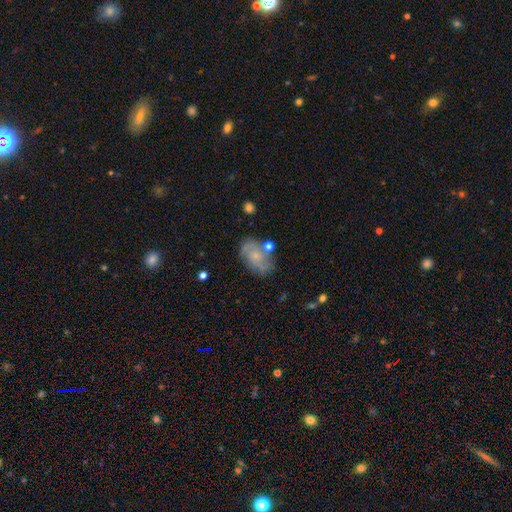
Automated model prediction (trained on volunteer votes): A featured or disk galaxy (50%).

Vote fractions:
- Smooth or featured? featured or disk: 50% / smooth: 41% / star or artifact: 8%
- Edge-on disk? no: 96% / yes: 4%
- Merging? none: 63% / minor disturbance: 21% / merger: 8% / major disturbance: 8%